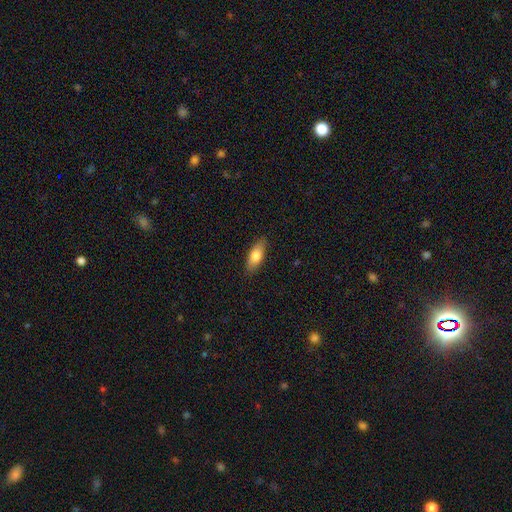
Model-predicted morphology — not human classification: A smooth galaxy with no disk features (77%) that is in between round and cigar-shaped (76%). Merging: none (88%).